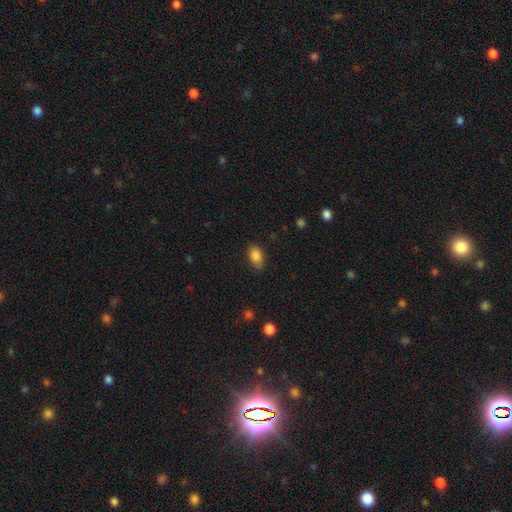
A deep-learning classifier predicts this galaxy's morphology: The model was most divided on "merging": none: 76%, minor disturbance: 20%, major disturbance: 3%, merger: 1%. More confident: how rounded — in between (87%); smooth or featured — smooth (85%).